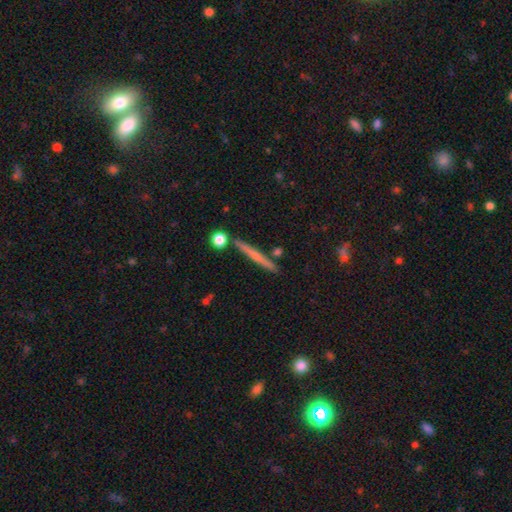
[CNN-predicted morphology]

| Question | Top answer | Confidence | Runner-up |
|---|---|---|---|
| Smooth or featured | featured or disk | 52% | smooth (41%) |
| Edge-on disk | yes | 97% | no (3%) |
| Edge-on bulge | none | 59% | rounded (35%) |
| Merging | none | 86% | minor disturbance (8%) |